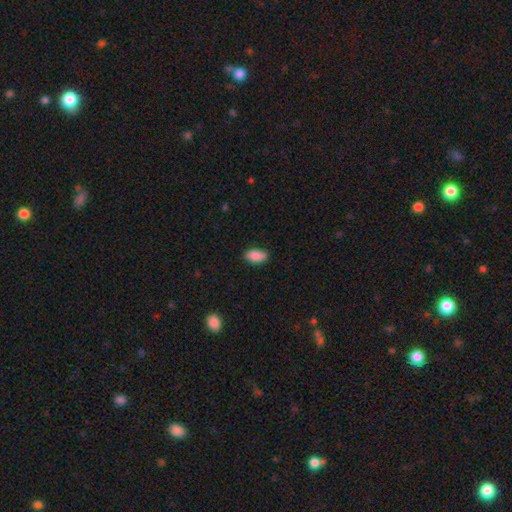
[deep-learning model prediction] A smooth galaxy with no disk features (89%) that is in between round and cigar-shaped (93%). Merging: none (83%).